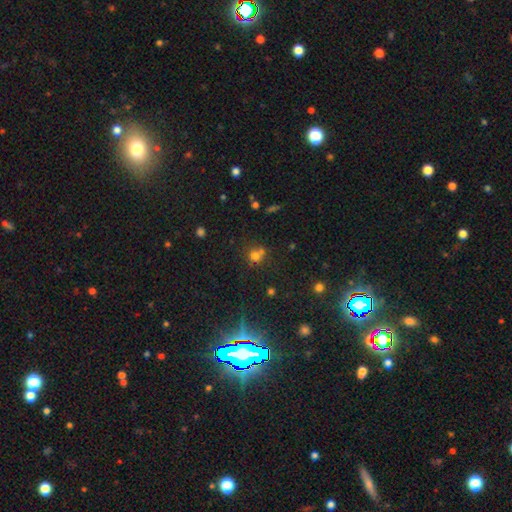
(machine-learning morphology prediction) smooth_or_featured: smooth (p=0.66) [alt: star or artifact p=0.24]
how_rounded: round (p=0.86) [alt: in between p=0.13]
merging: none (p=0.54) [alt: merger p=0.30]